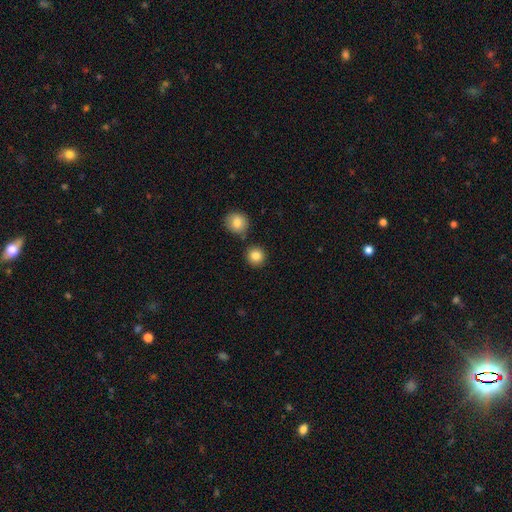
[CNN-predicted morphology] This appears to be a smooth galaxy with no disk features (84%) that is round (92%). Merging: none (83%).